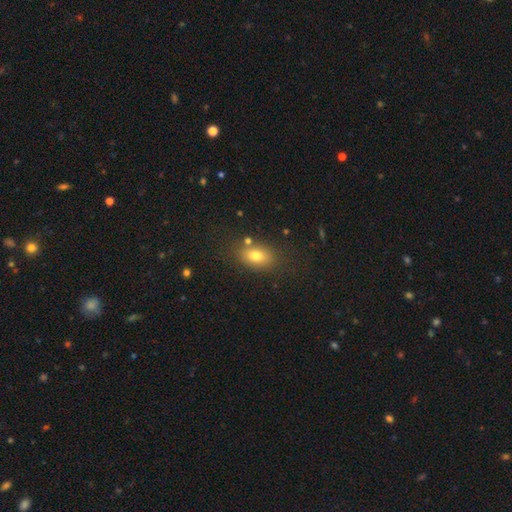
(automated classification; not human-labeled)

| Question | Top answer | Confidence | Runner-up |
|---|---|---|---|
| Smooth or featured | smooth | 77% | featured or disk (12%) |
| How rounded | in between | 81% | round (16%) |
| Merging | none | 77% | minor disturbance (13%) |